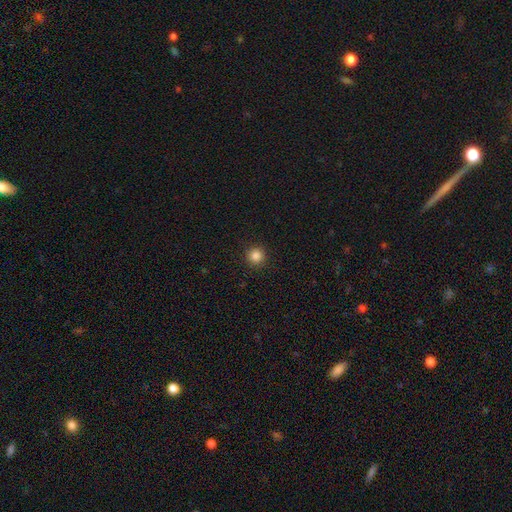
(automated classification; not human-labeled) smooth_or_featured: smooth (p=0.85) [alt: star or artifact p=0.12]
how_rounded: round (p=0.96) [alt: in between p=0.03]
merging: none (p=0.93) [alt: minor disturbance p=0.05]